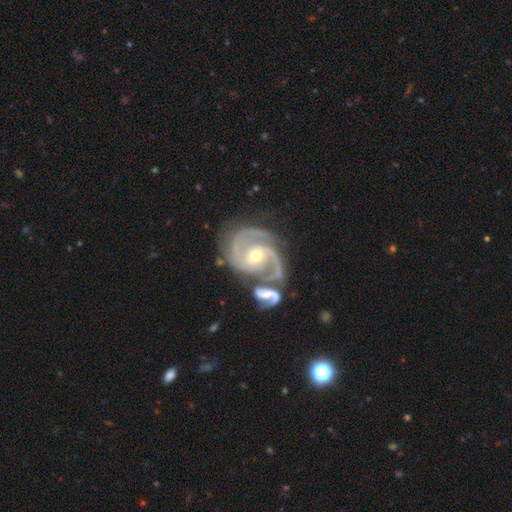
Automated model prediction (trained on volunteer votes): A featured or disk galaxy (92%) with no bar (53%), 2 (70%) medium (50%) spiral arms (98%) and a moderate central bulge (59%). Merging: merger (37%).